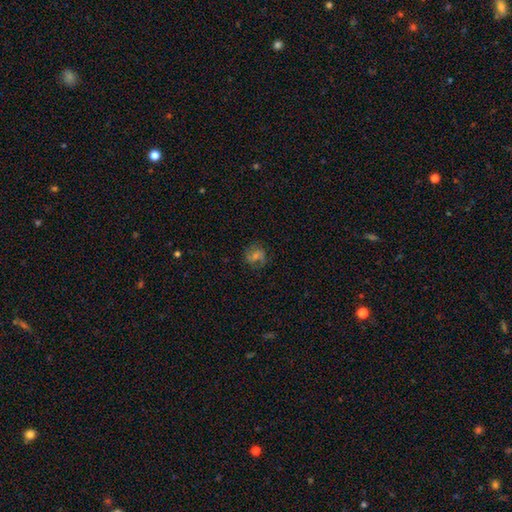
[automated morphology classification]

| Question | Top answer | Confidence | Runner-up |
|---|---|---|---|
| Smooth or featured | featured or disk | 42% | smooth (39%) |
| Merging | none | 76% | minor disturbance (15%) |